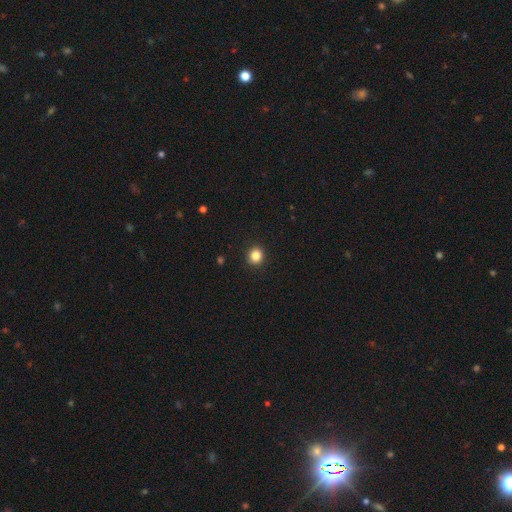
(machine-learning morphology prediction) Smooth or featured? smooth (84%)
How rounded? round (90%)
Merging? none (92%)